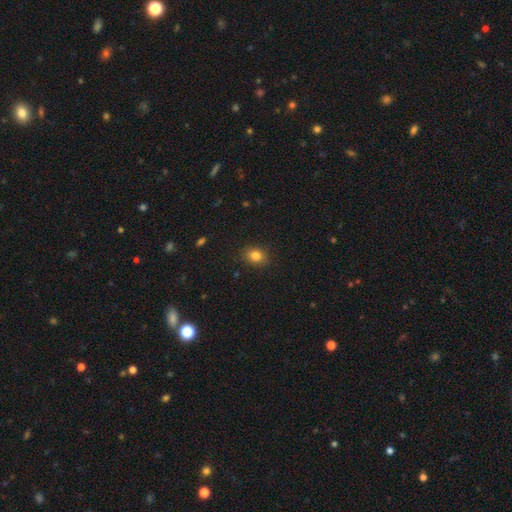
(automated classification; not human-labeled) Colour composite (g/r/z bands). It shows a smooth galaxy with no disk features (83%) that is round (54%). Merging: none (87%).